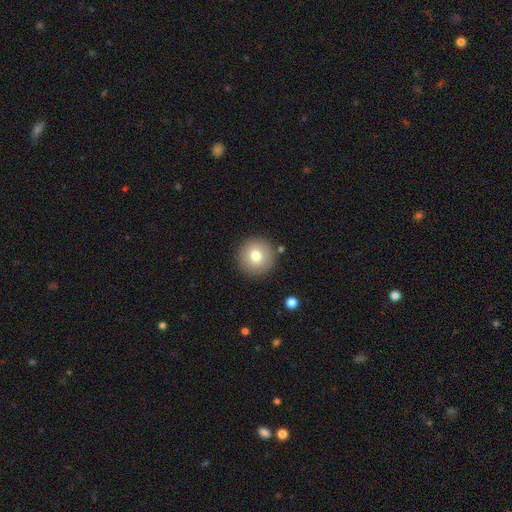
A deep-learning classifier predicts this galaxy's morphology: A smooth galaxy with no disk features (77%) that is round (96%). Merging: none (88%).